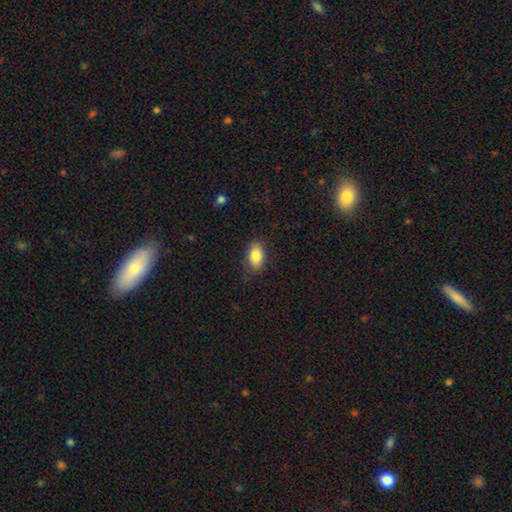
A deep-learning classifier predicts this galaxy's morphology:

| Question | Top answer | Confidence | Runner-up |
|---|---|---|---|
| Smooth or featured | smooth | 81% | featured or disk (11%) |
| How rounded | in between | 89% | round (8%) |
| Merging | none | 77% | minor disturbance (18%) |